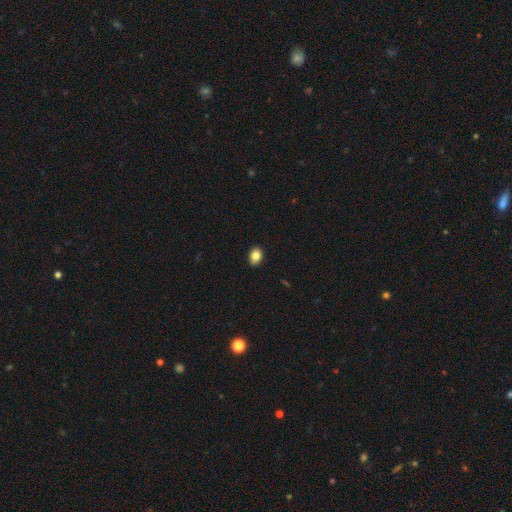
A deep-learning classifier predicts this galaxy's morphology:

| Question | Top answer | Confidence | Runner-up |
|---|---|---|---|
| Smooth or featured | smooth | 84% | star or artifact (9%) |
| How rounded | in between | 68% | round (31%) |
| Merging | none | 88% | minor disturbance (9%) |